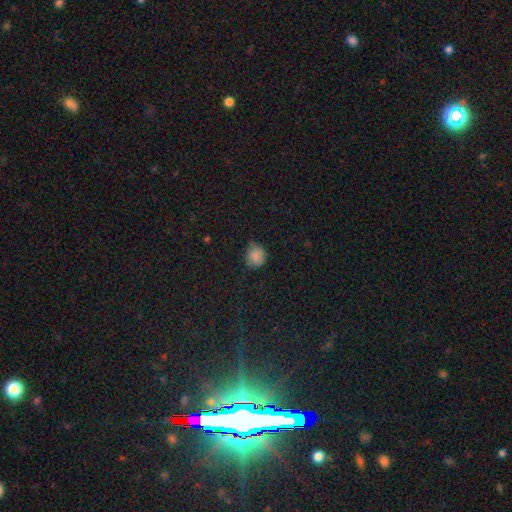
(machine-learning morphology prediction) This is clearly a smooth galaxy (82%). How rounded: clearly round (84%). Merging: likely none (65%).